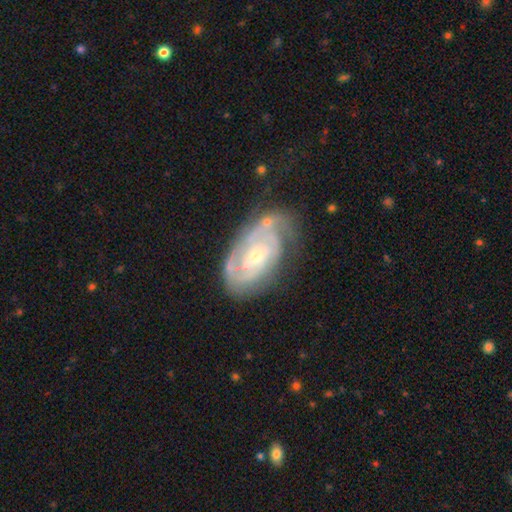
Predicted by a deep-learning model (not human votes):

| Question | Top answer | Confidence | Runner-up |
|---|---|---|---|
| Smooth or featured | featured or disk | 84% | smooth (11%) |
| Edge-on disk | no | 96% | yes (4%) |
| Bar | no | 53% | weak (38%) |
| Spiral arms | yes | 93% | no (7%) |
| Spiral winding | tight | 66% | medium (27%) |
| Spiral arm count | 2 | 37% | can't tell (32%) |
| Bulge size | small | 61% | moderate (35%) |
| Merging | none | 56% | minor disturbance (27%) |